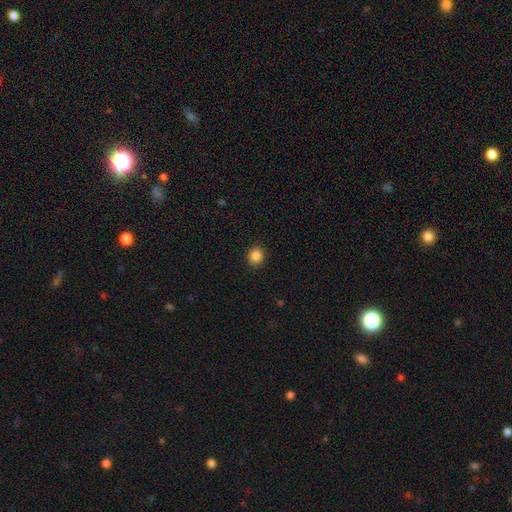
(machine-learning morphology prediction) Q: Smooth or featured?
A: smooth (87%); runner-up: star or artifact (10%)
Q: How rounded?
A: round (81%); runner-up: in between (18%)
Q: Merging?
A: none (91%); runner-up: minor disturbance (6%)